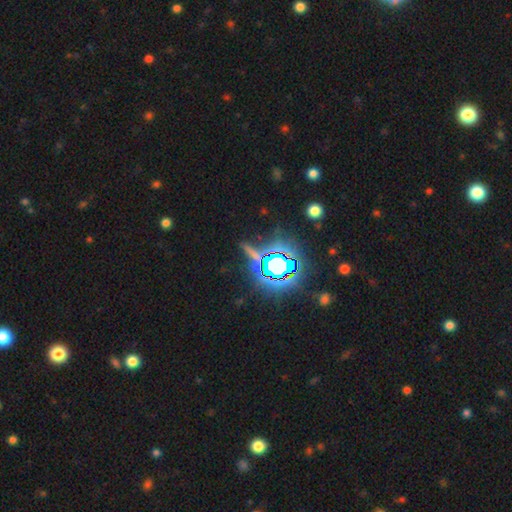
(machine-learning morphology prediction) A star or artifact, not a galaxy (66%).

Vote fractions:
- Smooth or featured? star or artifact: 66% / smooth: 18% / featured or disk: 16%